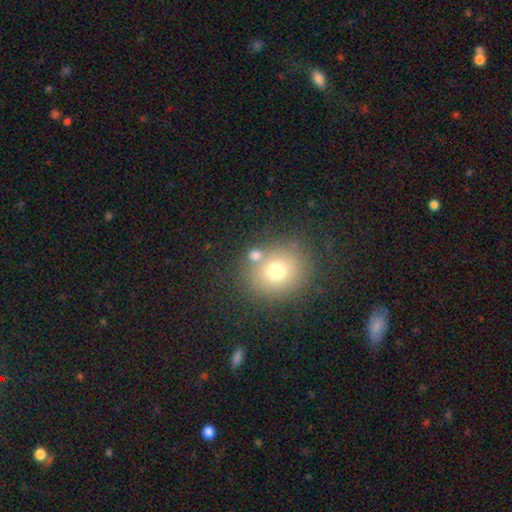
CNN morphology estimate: smooth-or-featured: smooth: 71% | star or artifact: 16% | featured or disk: 13%
  how-rounded: round: 77% | in between: 22% | cigar-shaped: 1%
  merging: none: 65% | merger: 18% | minor disturbance: 11% | major disturbance: 6%